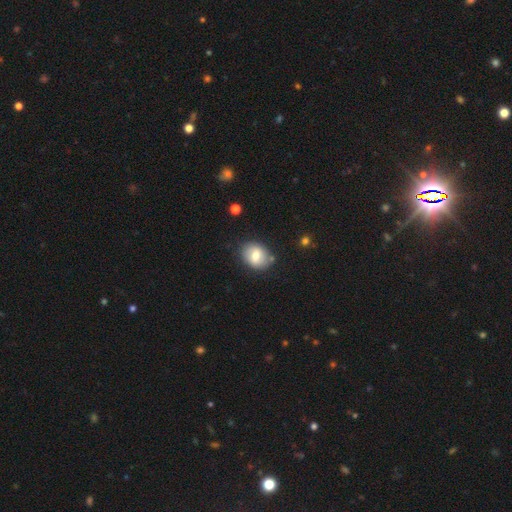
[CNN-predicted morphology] smooth_or_featured: smooth (p=0.67) [alt: featured or disk p=0.25]
how_rounded: in between (p=0.52) [alt: round p=0.47]
merging: none (p=0.78) [alt: minor disturbance p=0.15]